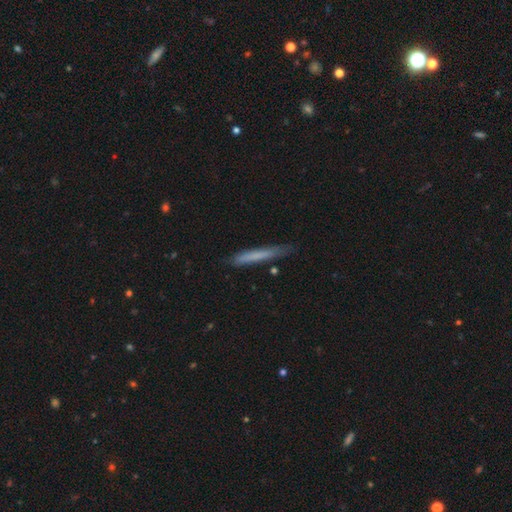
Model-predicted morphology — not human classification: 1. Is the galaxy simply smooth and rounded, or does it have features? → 69% smooth, 24% featured or disk, 7% star or artifact.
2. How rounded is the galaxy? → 96% cigar-shaped, 3% in between, 1% round.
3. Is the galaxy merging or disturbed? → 77% none, 18% minor disturbance, 3% major disturbance, 2% merger.